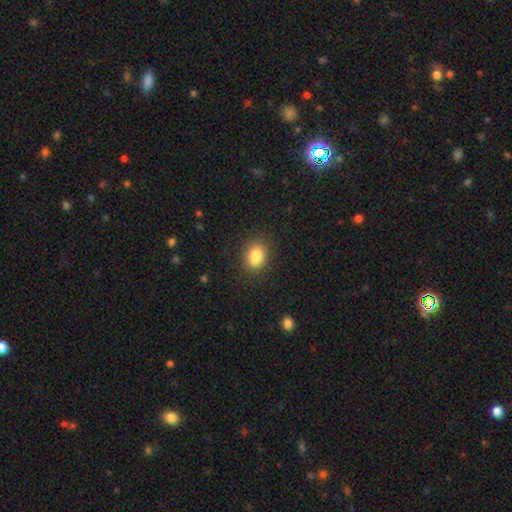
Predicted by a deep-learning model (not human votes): This is likely a smooth galaxy (78%). How rounded: possibly round (50%). Merging: likely none (60%).